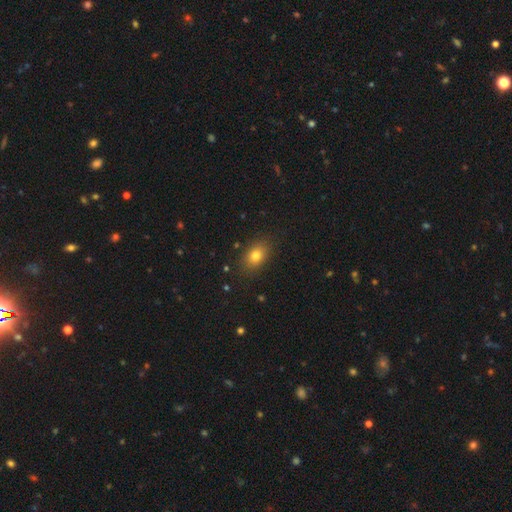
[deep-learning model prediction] smooth 80%, star or artifact 11%, featured or disk 9%. Down the decision tree: how rounded — in between (77%); merging — none (85%).